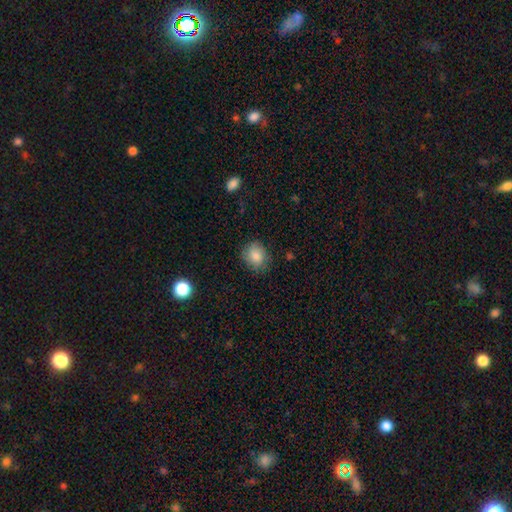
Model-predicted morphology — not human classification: type=smooth (85%); roundness=round (72%); merging=none (80%).